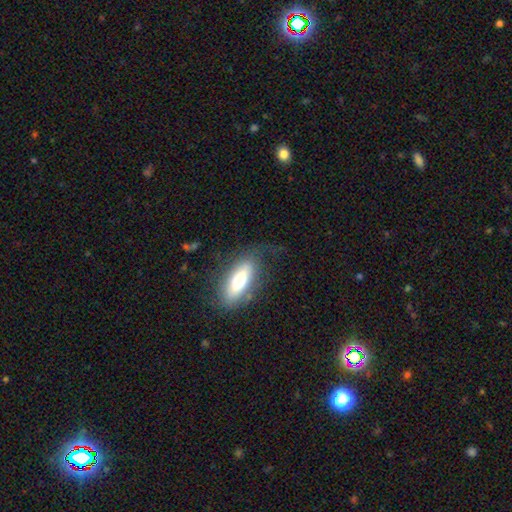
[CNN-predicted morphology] Q: Smooth or featured?
A: smooth (56%); runner-up: featured or disk (35%)
Q: How rounded?
A: in between (61%); runner-up: cigar-shaped (36%)
Q: Merging?
A: none (68%); runner-up: minor disturbance (20%)